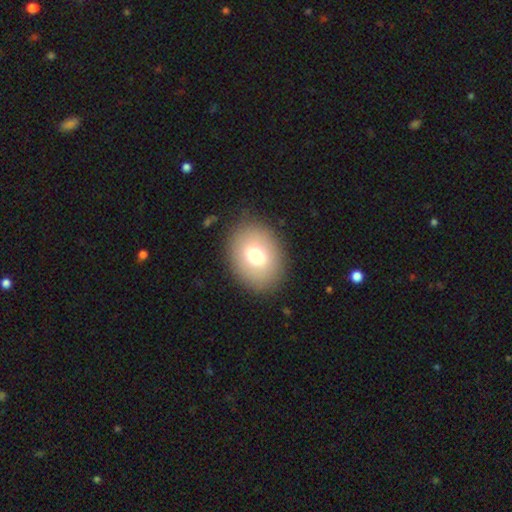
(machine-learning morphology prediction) type=smooth (71%); roundness=in between (59%); merging=none (85%).